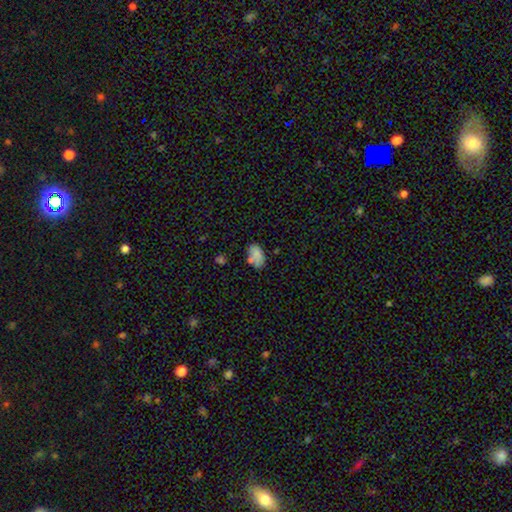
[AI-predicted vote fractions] Morphology: type=smooth (80%); roundness=in between (91%); merging=none (63%).